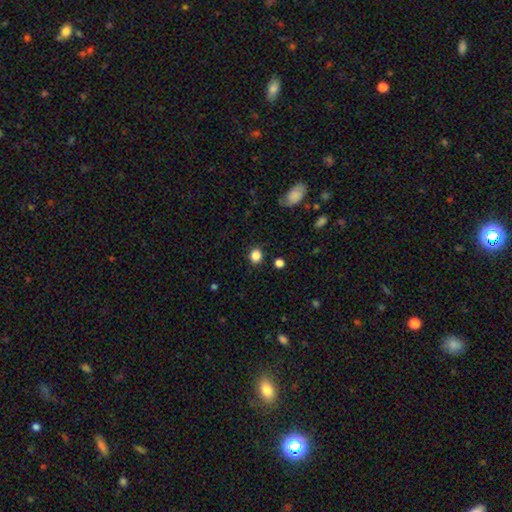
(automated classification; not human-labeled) This appears to be a smooth galaxy with no disk features (84%) that is round (78%). Merging: none (87%).